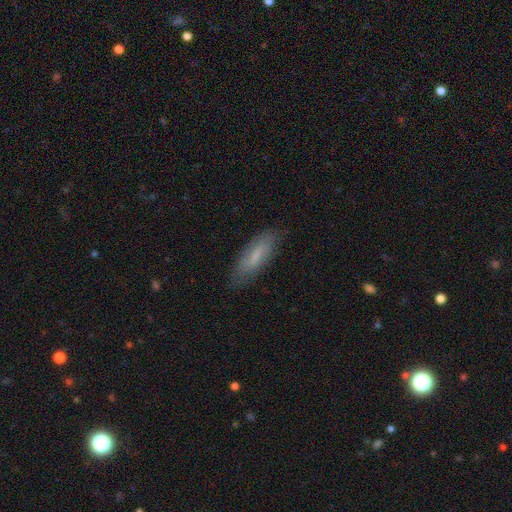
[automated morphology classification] The model was most divided on "how rounded": cigar-shaped: 52%, in between: 46%, round: 2%. More confident: merging — none (81%); smooth or featured — smooth (68%).